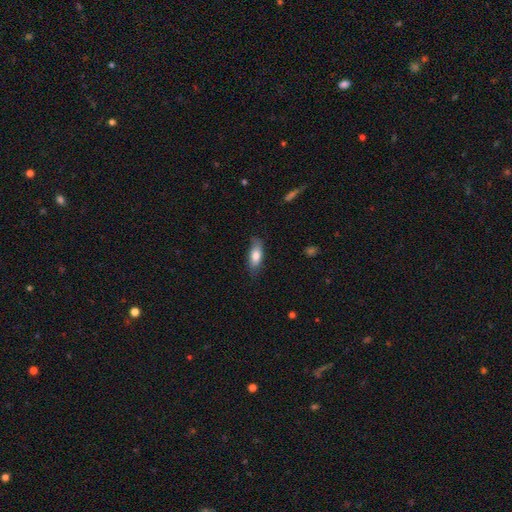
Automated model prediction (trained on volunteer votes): A smooth galaxy with no disk features (77%) that is in between round and cigar-shaped (75%). Merging: none (72%).